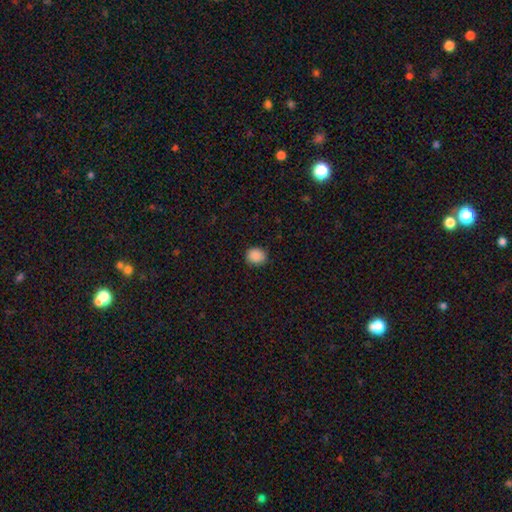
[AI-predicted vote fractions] A smooth galaxy with no disk features (89%) that is round (66%).

Vote fractions:
- Smooth or featured? smooth: 89% / star or artifact: 9% / featured or disk: 3%
- How rounded? round: 66% / in between: 33% / cigar-shaped: 1%
- Merging? none: 86% / minor disturbance: 11% / major disturbance: 2% / merger: 1%